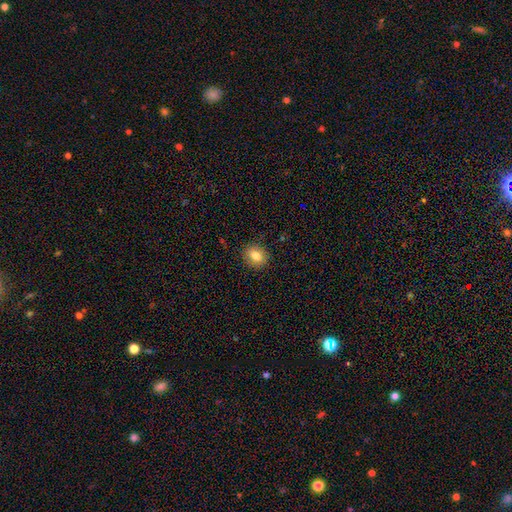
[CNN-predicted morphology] A smooth galaxy with no disk features (83%) that is round (52%). Merging: none (88%).